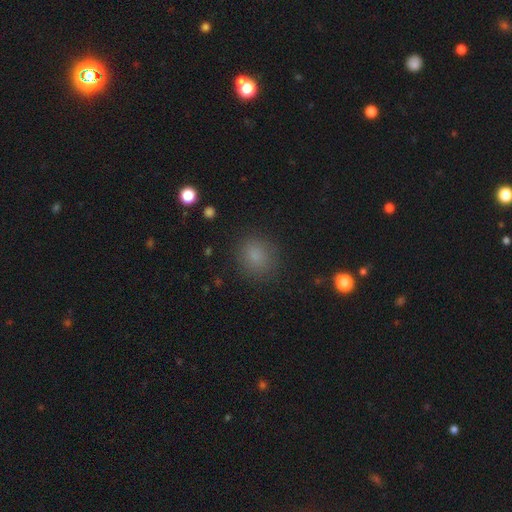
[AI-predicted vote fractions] Smooth or featured?
  - smooth: 81% *
  - star or artifact: 14%
  - featured or disk: 5%
How rounded?
  - round: 76% *
  - in between: 22%
  - cigar-shaped: 1%
Merging?
  - none: 86% *
  - minor disturbance: 9%
  - major disturbance: 3%
  - merger: 1%